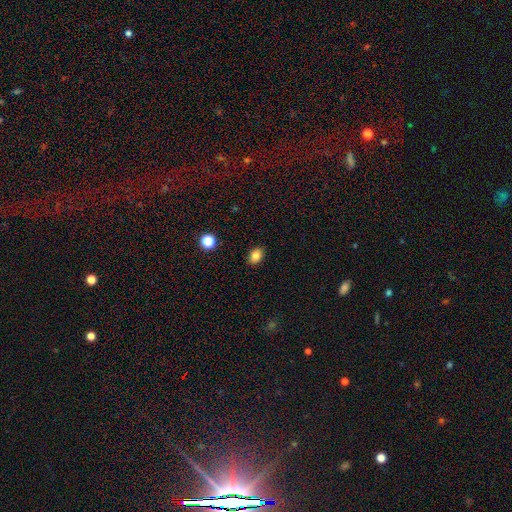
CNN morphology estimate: smooth_or_featured: smooth (p=0.83) [alt: star or artifact p=0.10]
how_rounded: in between (p=0.76) [alt: round p=0.23]
merging: none (p=0.88) [alt: minor disturbance p=0.08]